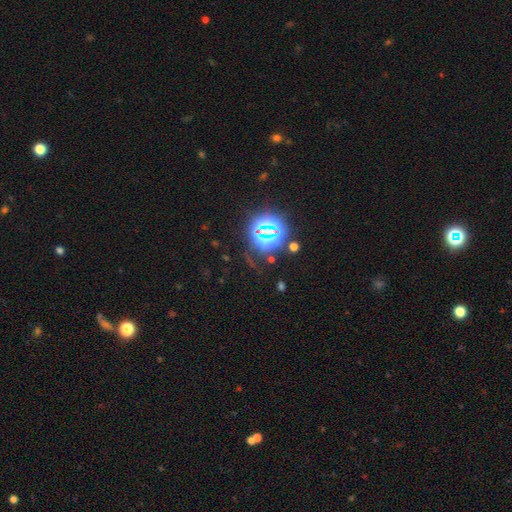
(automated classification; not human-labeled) This appears to be a star or artifact, not a galaxy (77%).